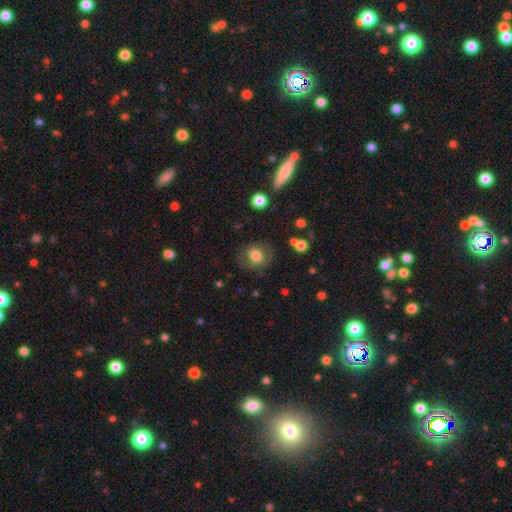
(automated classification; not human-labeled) A smooth galaxy with no disk features (72%) that is round (80%).

Vote fractions:
- Smooth or featured? smooth: 72% / featured or disk: 19% / star or artifact: 9%
- How rounded? round: 80% / in between: 19% / cigar-shaped: 1%
- Merging? none: 76% / minor disturbance: 14% / major disturbance: 7% / merger: 2%